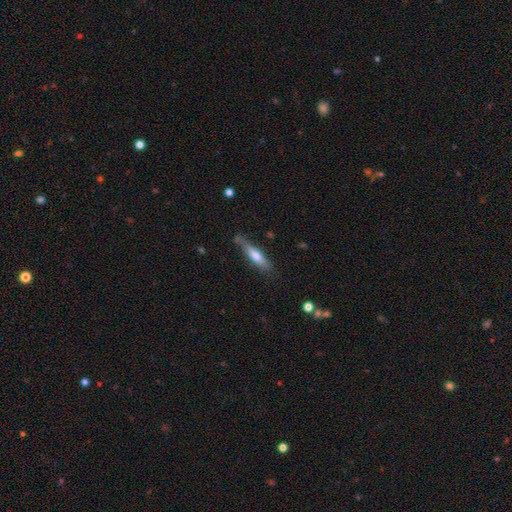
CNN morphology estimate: The model was most divided on "smooth or featured": smooth: 61%, featured or disk: 33%, star or artifact: 6%. More confident: how rounded — cigar-shaped (77%); merging — none (67%).